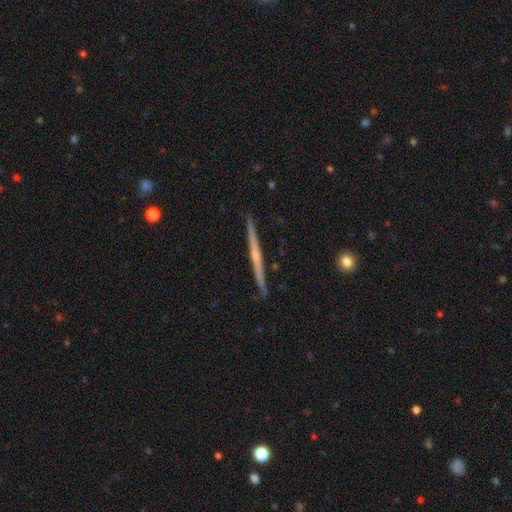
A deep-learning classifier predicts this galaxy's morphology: Smooth or featured? Predicted: featured or disk (p=0.76). Edge-on disk? Predicted: yes (p=0.98). Edge-on bulge? Predicted: rounded (p=0.57). Merging? Predicted: none (p=0.92).